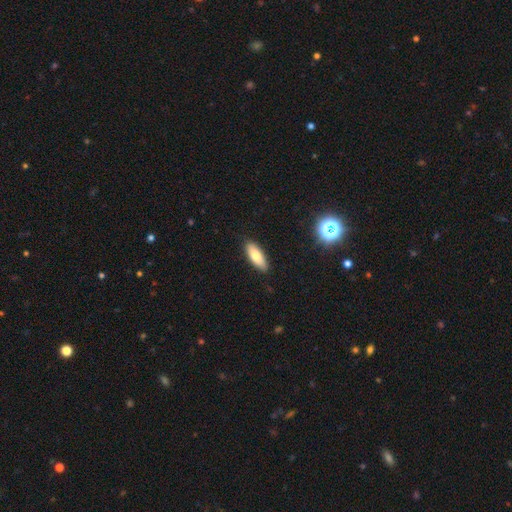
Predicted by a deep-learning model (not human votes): Smooth or featured? Predicted: smooth (p=0.75). How rounded? Predicted: in between (p=0.71). Merging? Predicted: none (p=0.88).